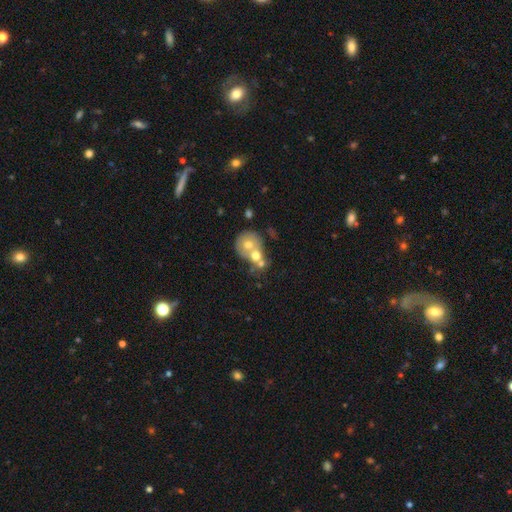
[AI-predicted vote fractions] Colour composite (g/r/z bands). It shows a smooth galaxy with no disk features (57%) that is round (75%). Merging: merger (69%).